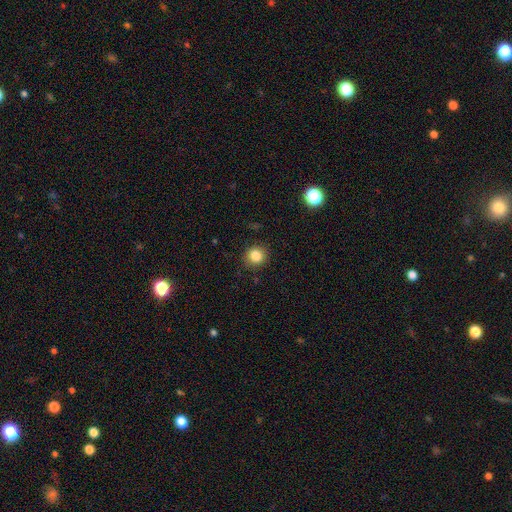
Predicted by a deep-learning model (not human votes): Smooth or featured: smooth — 84% (star or artifact — 11%)
How rounded: round — 86% (in between — 13%)
Merging: none — 87% (minor disturbance — 9%)